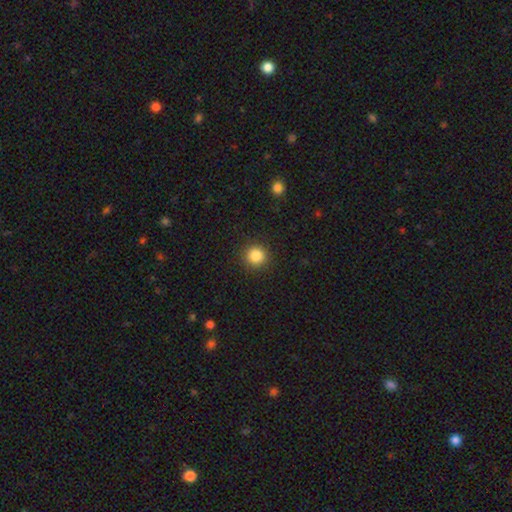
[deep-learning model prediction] The model was most divided on "smooth or featured": smooth: 86%, star or artifact: 10%, featured or disk: 4%. More confident: how rounded — round (93%); merging — none (91%).